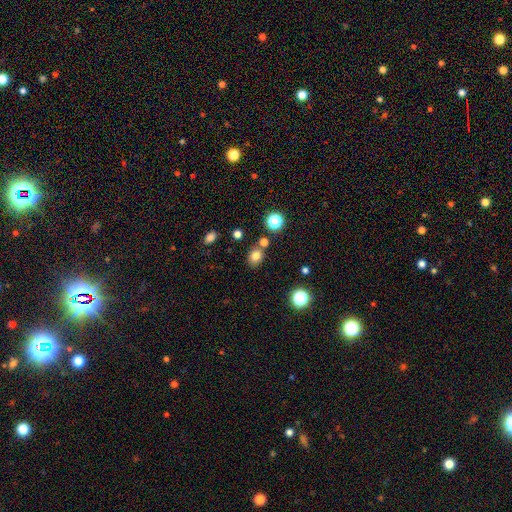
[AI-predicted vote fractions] A smooth galaxy with no disk features (78%) that is round (55%). Merging: none (75%).